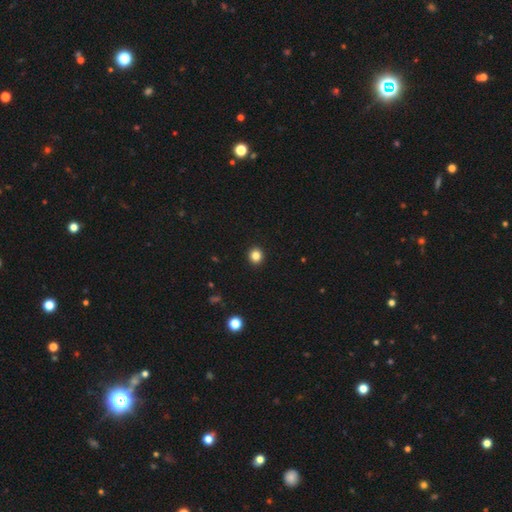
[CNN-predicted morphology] This is clearly a smooth galaxy (83%). How rounded: clearly round (90%). Merging: clearly none (94%).